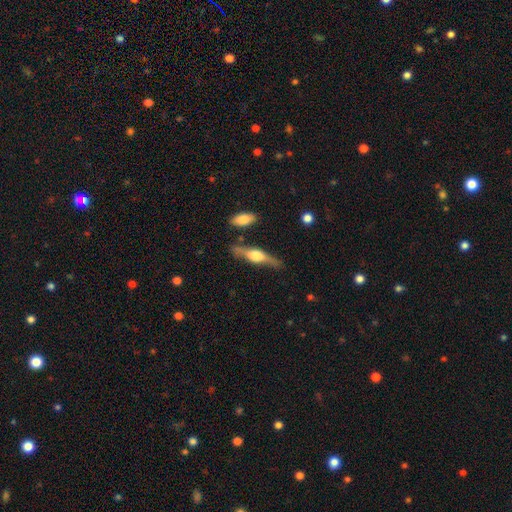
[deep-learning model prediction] featured or disk 65%, smooth 30%, star or artifact 6%. Down the decision tree: edge-on disk — yes (94%); edge-on bulge — rounded (91%); merging — none (78%).